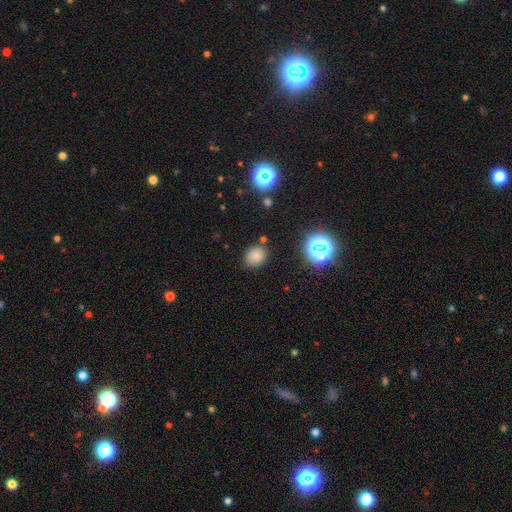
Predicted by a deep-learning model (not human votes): Q: Smooth or featured?
A: smooth (76%); runner-up: star or artifact (18%)
Q: How rounded?
A: round (55%); runner-up: in between (44%)
Q: Merging?
A: none (80%); runner-up: minor disturbance (13%)